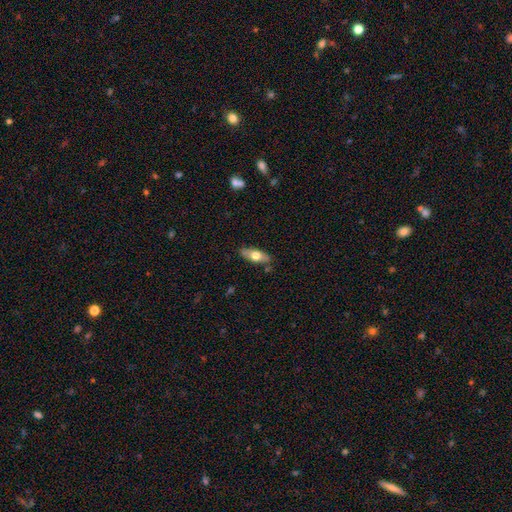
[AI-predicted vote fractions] A smooth galaxy with no disk features (59%) that is in between round and cigar-shaped (70%).

Vote fractions:
- Smooth or featured? smooth: 59% / featured or disk: 35% / star or artifact: 6%
- How rounded? in between: 70% / cigar-shaped: 26% / round: 3%
- Merging? none: 82% / minor disturbance: 13% / major disturbance: 3% / merger: 3%